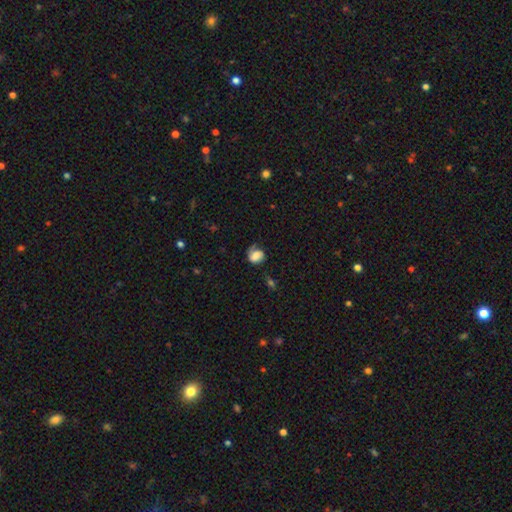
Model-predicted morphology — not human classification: Overall: smooth (58%; featured or disk 33%). How rounded: round (58%; in between 41%). Merging: none (47%; minor disturbance 28%).